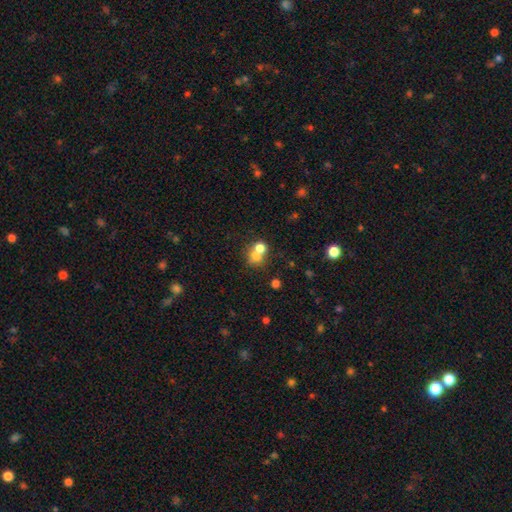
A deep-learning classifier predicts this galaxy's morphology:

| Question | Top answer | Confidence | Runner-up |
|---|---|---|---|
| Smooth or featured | smooth | 69% | featured or disk (17%) |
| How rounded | round | 74% | in between (25%) |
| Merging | merger | 57% | none (33%) |